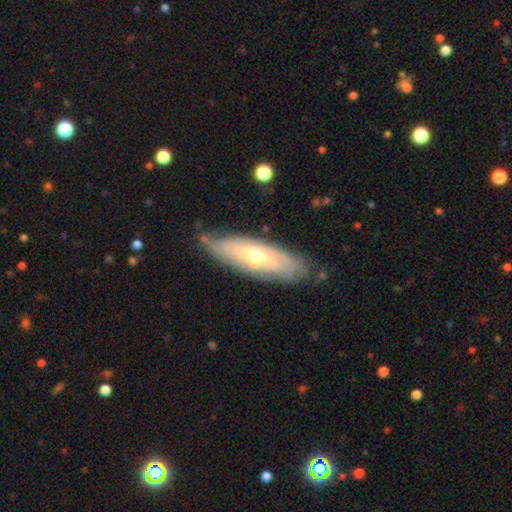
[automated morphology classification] Q: Smooth or featured?
A: featured or disk (64%); runner-up: smooth (29%)
Q: Edge-on disk?
A: no (61%); runner-up: yes (39%)
Q: Merging?
A: none (76%); runner-up: minor disturbance (18%)